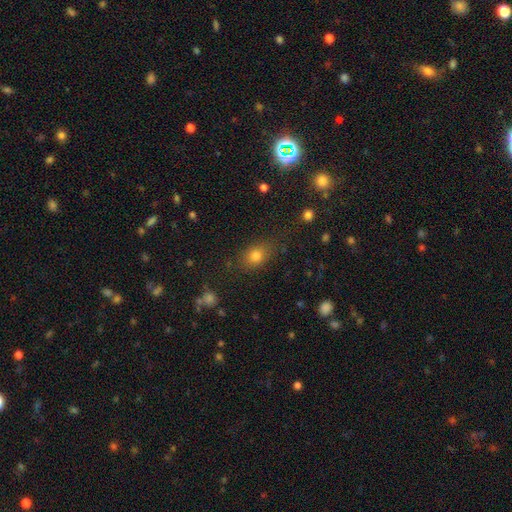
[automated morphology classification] smooth-or-featured: smooth: 78% | star or artifact: 14% | featured or disk: 9%
  how-rounded: in between: 60% | round: 37% | cigar-shaped: 3%
  merging: none: 76% | minor disturbance: 15% | major disturbance: 6% | merger: 3%